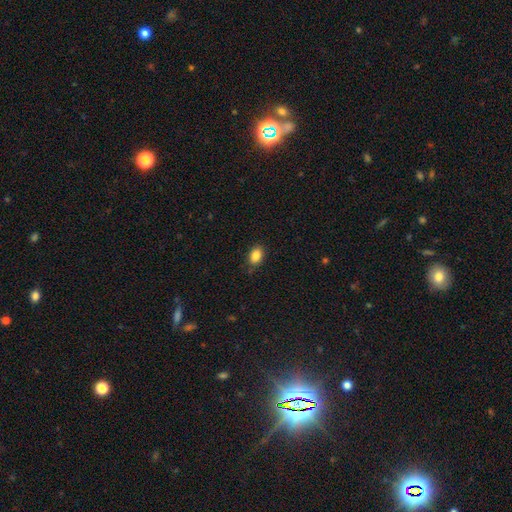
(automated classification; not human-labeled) A smooth galaxy with no disk features (87%) that is in between round and cigar-shaped (82%). Merging: none (83%).